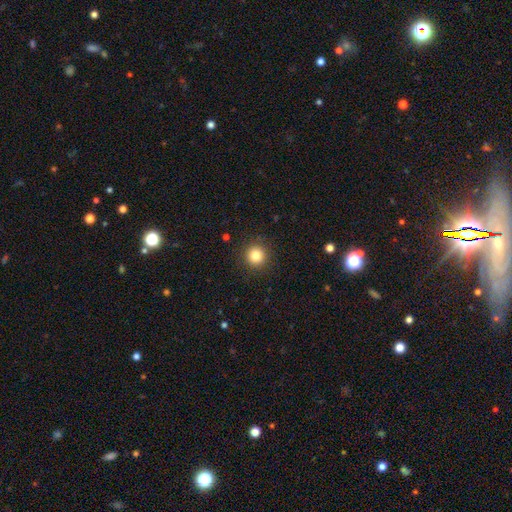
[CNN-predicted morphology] smooth-or-featured: smooth: 82% | star or artifact: 12% | featured or disk: 6%
  how-rounded: round: 95% | in between: 4% | cigar-shaped: 1%
  merging: none: 91% | minor disturbance: 5% | major disturbance: 2% | merger: 1%